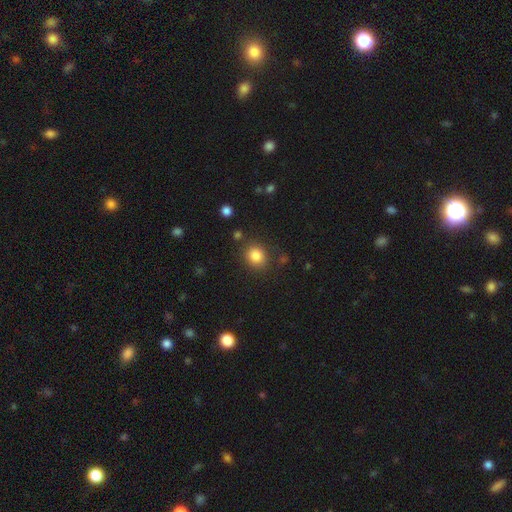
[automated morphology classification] Smooth or featured: smooth — 84% (star or artifact — 11%)
How rounded: round — 72% (in between — 27%)
Merging: none — 82% (minor disturbance — 11%)